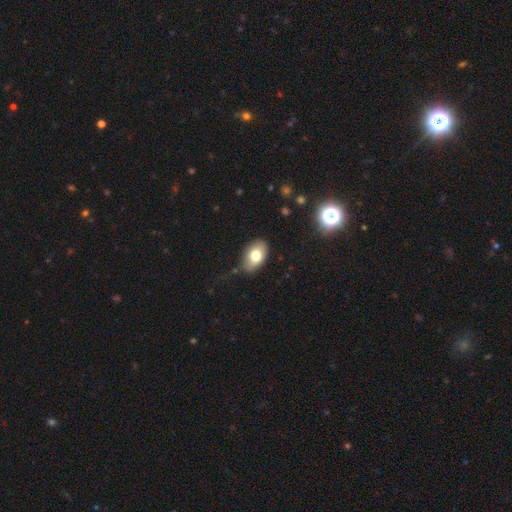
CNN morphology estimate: smooth 76%, featured or disk 16%, star or artifact 8%. Down the decision tree: how rounded — in between (90%); merging — none (76%).